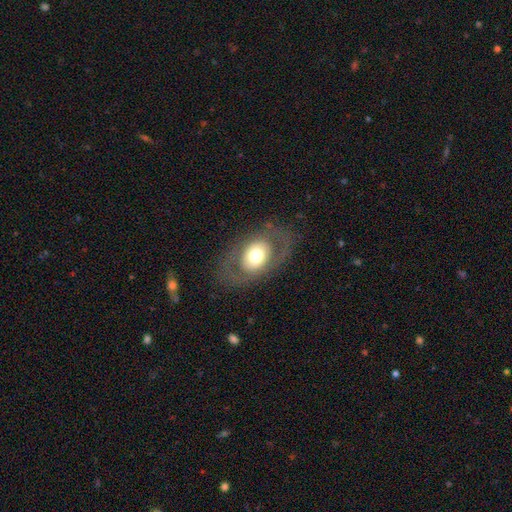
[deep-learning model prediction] Morphology: type=smooth (47%); merging=none (77%).